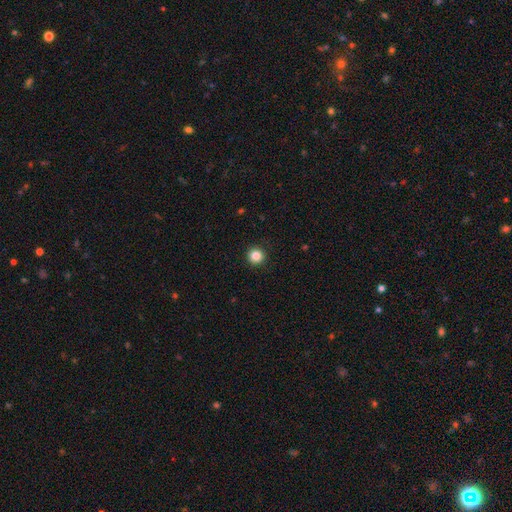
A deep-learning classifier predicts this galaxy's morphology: Smooth or featured? Predicted: smooth (p=0.85). How rounded? Predicted: round (p=0.95). Merging? Predicted: none (p=0.93).